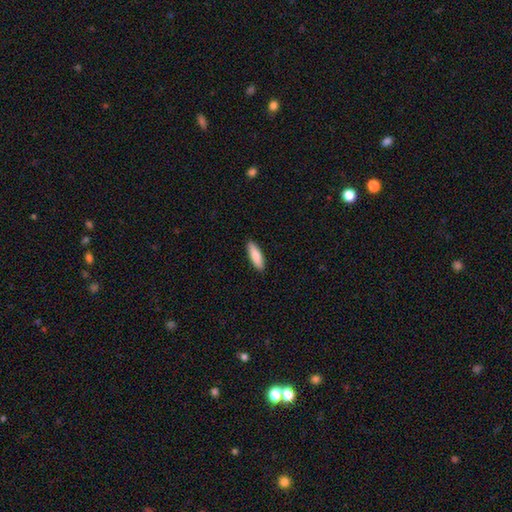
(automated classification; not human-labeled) A smooth galaxy with no disk features (86%) that is cigar-shaped (55%). Merging: none (90%).